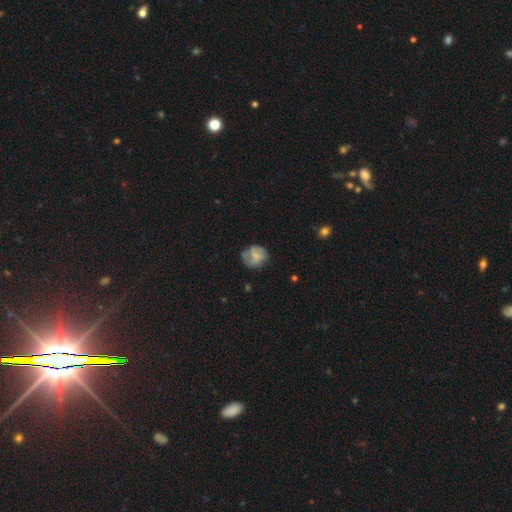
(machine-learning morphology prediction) This appears to be a smooth galaxy with no disk features (47%). Merging: none (56%).